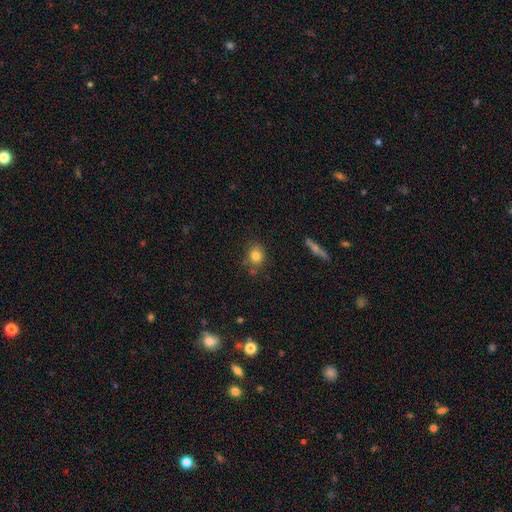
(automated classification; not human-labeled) smooth_or_featured: smooth (p=0.80) [alt: star or artifact p=0.11]
how_rounded: round (p=0.74) [alt: in between p=0.25]
merging: none (p=0.75) [alt: minor disturbance p=0.15]